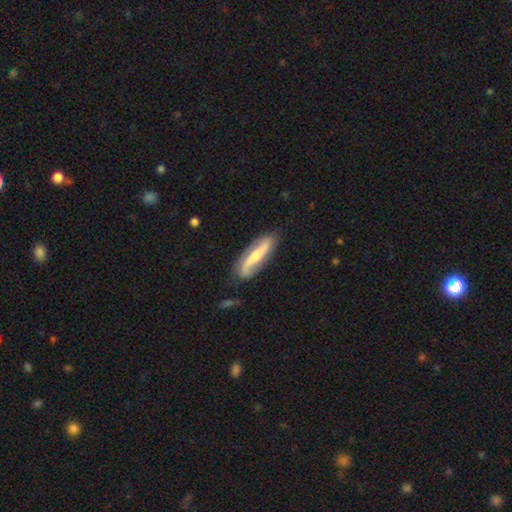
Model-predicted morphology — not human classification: Overall: featured or disk (73%). Edge-on disk: no (78%). Bar: strong (40%; no 32%). Spiral arms: yes (90%). Spiral arm count: 2 (89%). Spiral winding: loose (59%; medium 26%). Bulge size: moderate (49%; small 43%). Merging: none (82%).